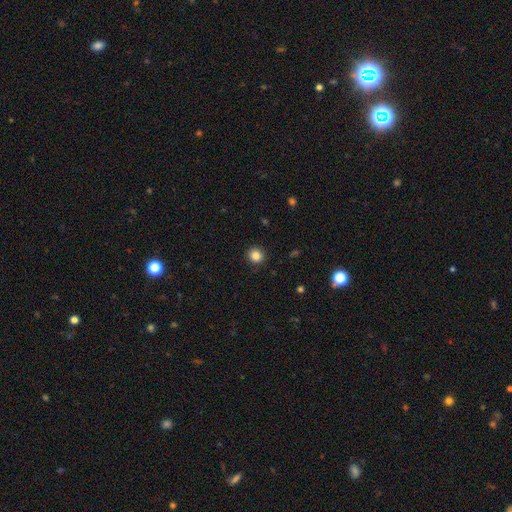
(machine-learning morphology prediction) The model was most divided on "smooth or featured": smooth: 84%, star or artifact: 11%, featured or disk: 5%. More confident: merging — none (91%); how rounded — round (91%).